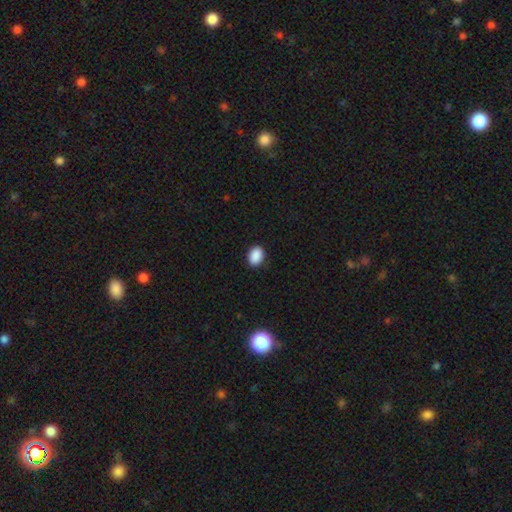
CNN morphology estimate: smooth 90%, star or artifact 8%, featured or disk 2%. Down the decision tree: how rounded — in between (77%); merging — none (88%).